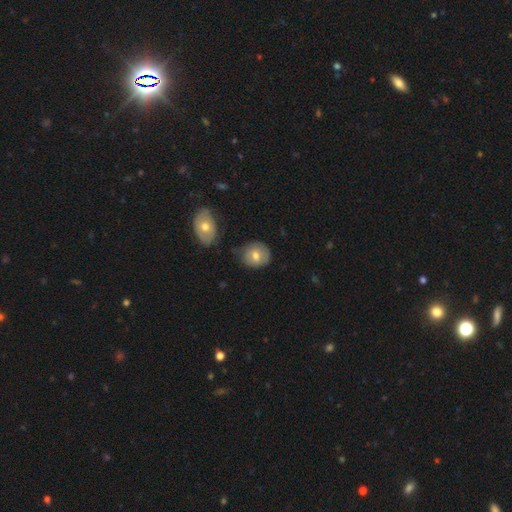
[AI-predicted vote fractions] Overall: smooth (72%). How rounded: round (76%). Merging: none (70%).